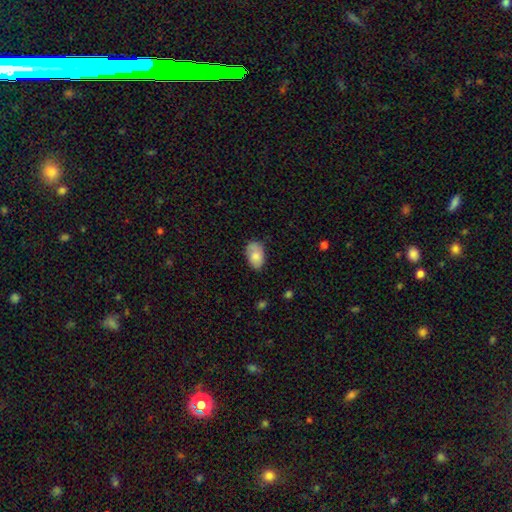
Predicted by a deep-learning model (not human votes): smooth-or-featured: smooth: 77% | featured or disk: 16% | star or artifact: 7%
  how-rounded: in between: 90% | round: 8% | cigar-shaped: 1%
  merging: none: 67% | minor disturbance: 25% | major disturbance: 6% | merger: 2%